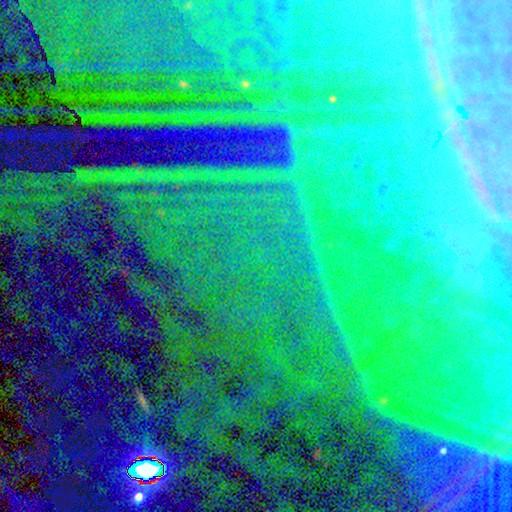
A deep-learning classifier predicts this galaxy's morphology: This appears to be a star or artifact, not a galaxy (84%).